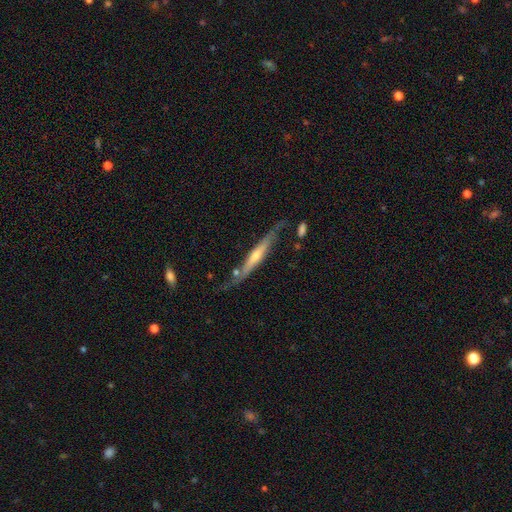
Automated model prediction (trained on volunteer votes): Q: Smooth or featured?
A: featured or disk (75%); runner-up: smooth (18%)
Q: Edge-on disk?
A: yes (89%); runner-up: no (11%)
Q: Edge-on bulge?
A: rounded (69%); runner-up: none (23%)
Q: Merging?
A: none (69%); runner-up: minor disturbance (20%)